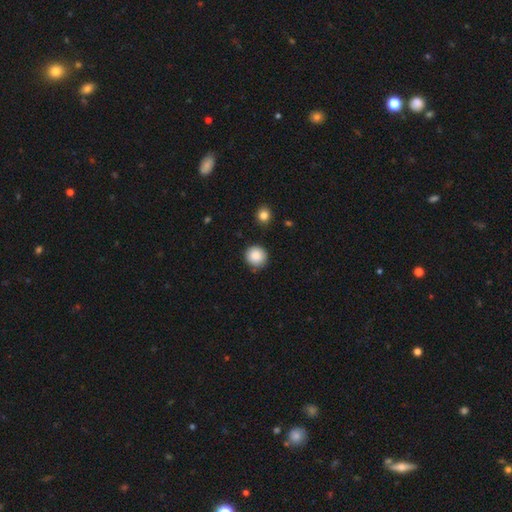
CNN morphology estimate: Q: Smooth or featured?
A: smooth (88%); runner-up: star or artifact (8%)
Q: How rounded?
A: round (93%); runner-up: in between (6%)
Q: Merging?
A: none (86%); runner-up: minor disturbance (9%)